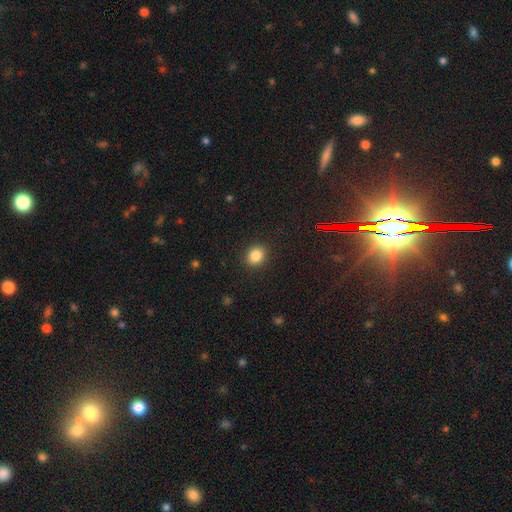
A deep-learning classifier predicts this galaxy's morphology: The model was most divided on "how rounded": round: 70%, in between: 29%, cigar-shaped: 1%. More confident: merging — none (90%); smooth or featured — smooth (84%).